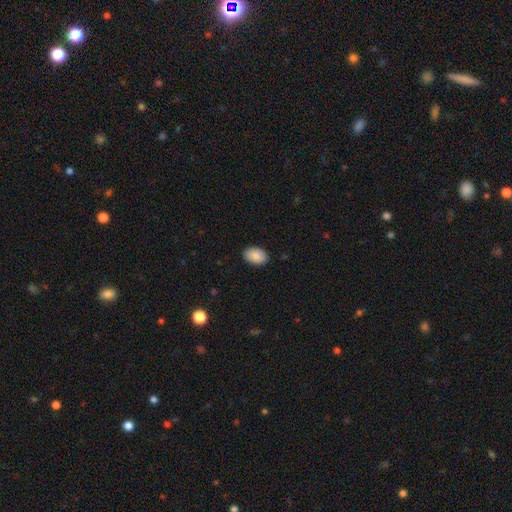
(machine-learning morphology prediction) Smooth or featured?
  - smooth: 89% *
  - star or artifact: 7%
  - featured or disk: 5%
How rounded?
  - in between: 89% *
  - round: 10%
  - cigar-shaped: 1%
Merging?
  - none: 88% *
  - minor disturbance: 9%
  - major disturbance: 2%
  - merger: 1%